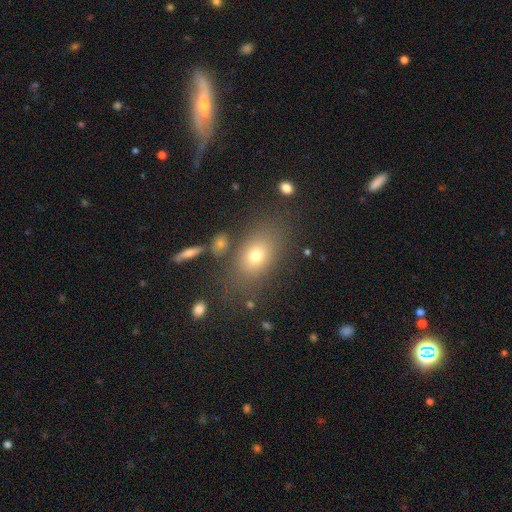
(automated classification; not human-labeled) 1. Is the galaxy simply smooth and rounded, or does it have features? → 69% smooth, 15% featured or disk, 15% star or artifact.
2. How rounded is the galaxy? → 76% in between, 21% round, 3% cigar-shaped.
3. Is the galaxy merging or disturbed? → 76% none, 12% minor disturbance, 6% major disturbance, 5% merger.